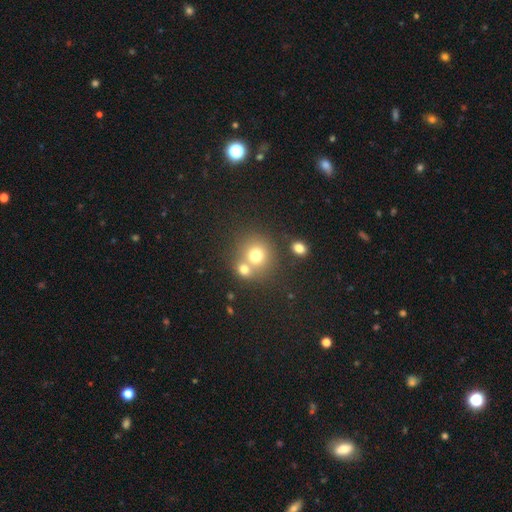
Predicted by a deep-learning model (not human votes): smooth 73%, star or artifact 14%, featured or disk 13%. Down the decision tree: how rounded — round (85%); merging — none (51%).